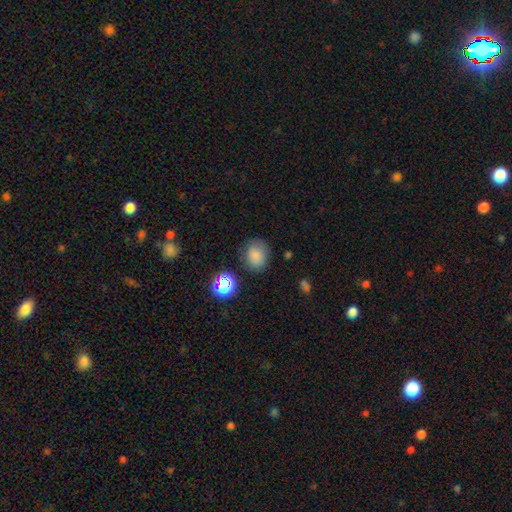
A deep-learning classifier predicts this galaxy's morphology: Smooth or featured? smooth (78%)
How rounded? round (62%)
Merging? none (75%)